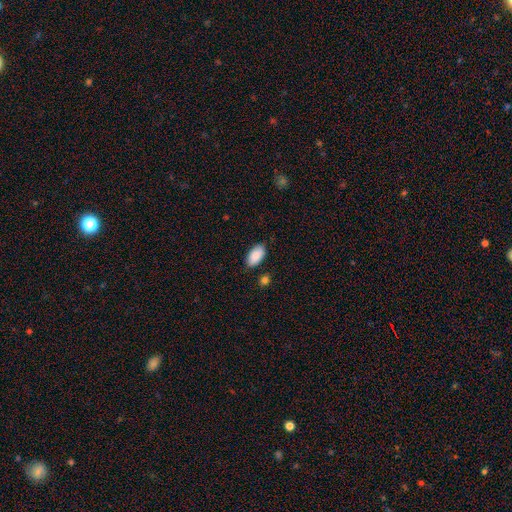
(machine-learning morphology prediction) A smooth galaxy with no disk features (89%) that is in between round and cigar-shaped (95%). Merging: none (83%).